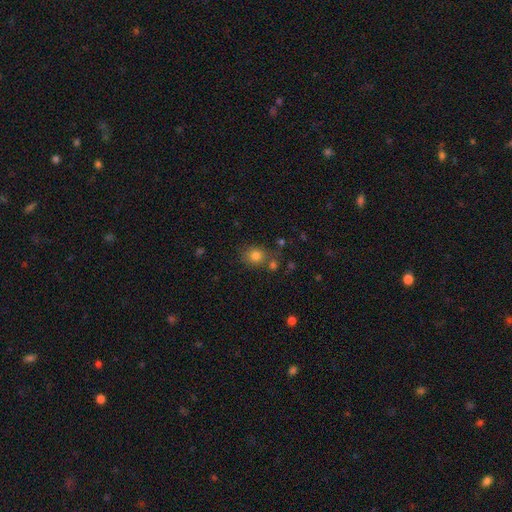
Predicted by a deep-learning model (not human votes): Morphology: type=smooth (79%); roundness=round (72%); merging=none (69%).